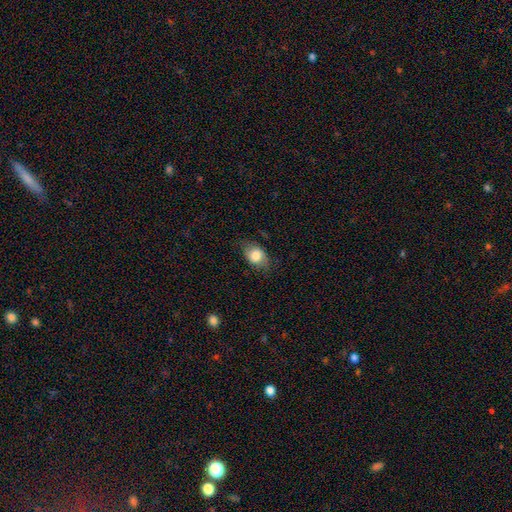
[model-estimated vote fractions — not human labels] The model was most divided on "how rounded": in between: 75%, round: 23%, cigar-shaped: 1%. More confident: smooth or featured — smooth (79%); merging — none (74%).